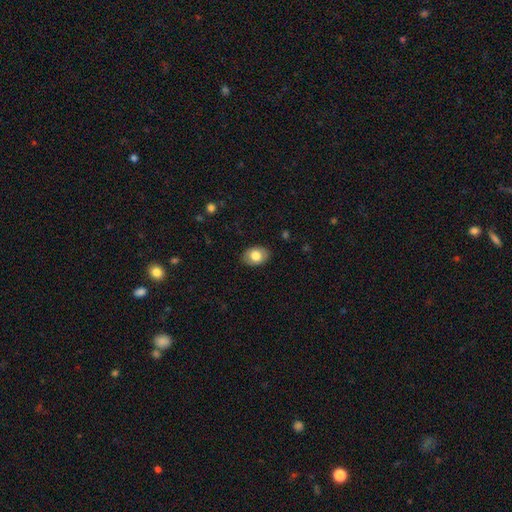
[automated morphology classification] Smooth or featured?
  - smooth: 79% *
  - featured or disk: 13%
  - star or artifact: 7%
How rounded?
  - in between: 80% *
  - round: 19%
  - cigar-shaped: 1%
Merging?
  - none: 87% *
  - minor disturbance: 10%
  - major disturbance: 2%
  - merger: 1%